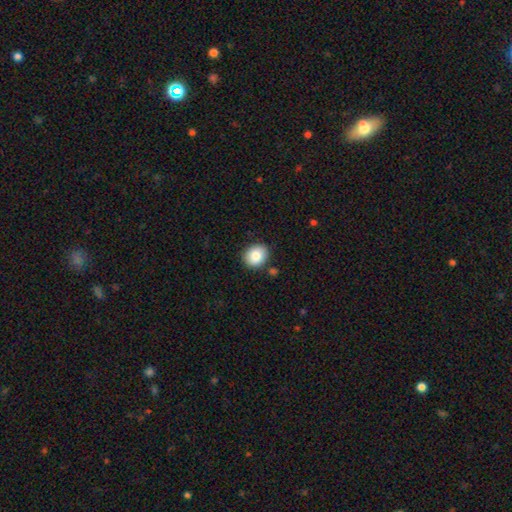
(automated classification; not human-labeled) Smooth or featured: smooth — 84% (star or artifact — 8%)
How rounded: round — 66% (in between — 33%)
Merging: none — 86% (minor disturbance — 9%)